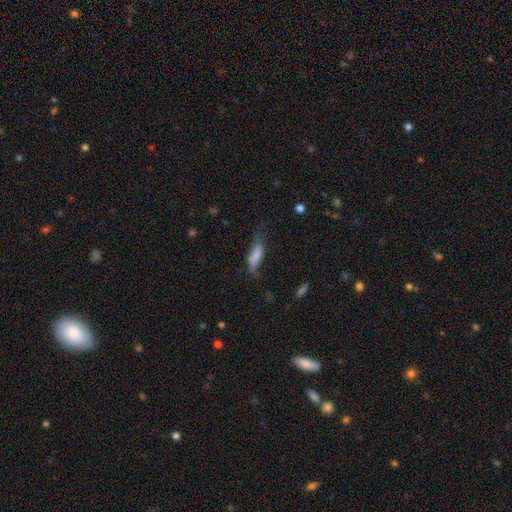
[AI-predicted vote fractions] A smooth galaxy with no disk features (65%) that is in between round and cigar-shaped (53%). Merging: major disturbance (32%, tied with minor disturbance).